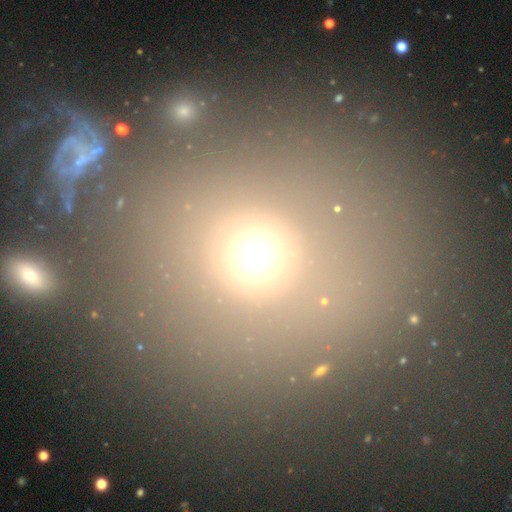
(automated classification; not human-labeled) A smooth galaxy with no disk features (66%) that is round (77%).

Vote fractions:
- Smooth or featured? smooth: 66% / star or artifact: 24% / featured or disk: 10%
- How rounded? round: 77% / in between: 21% / cigar-shaped: 2%
- Merging? none: 76% / minor disturbance: 10% / merger: 8% / major disturbance: 6%